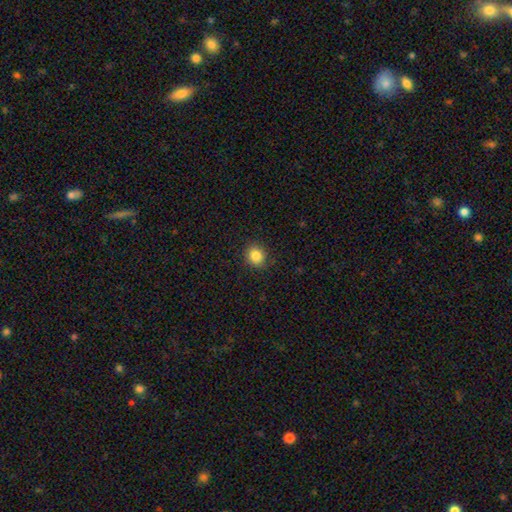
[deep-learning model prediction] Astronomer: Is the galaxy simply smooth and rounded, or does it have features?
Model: smooth — 84%.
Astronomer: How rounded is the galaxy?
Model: round — 79%.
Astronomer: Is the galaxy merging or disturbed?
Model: none — 89%.